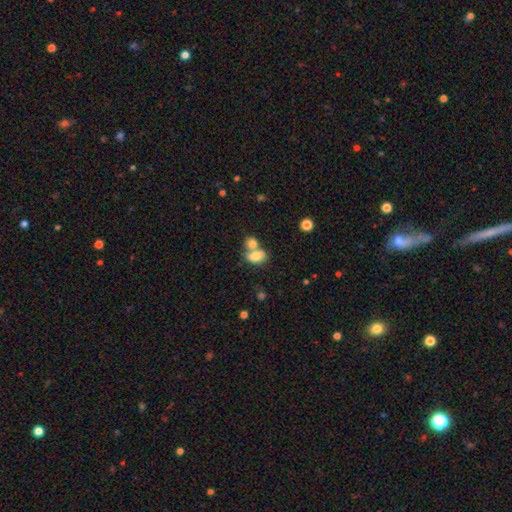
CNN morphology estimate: This appears to be a smooth galaxy with no disk features (79%) that is in between round and cigar-shaped (83%). Merging: merger (55%).